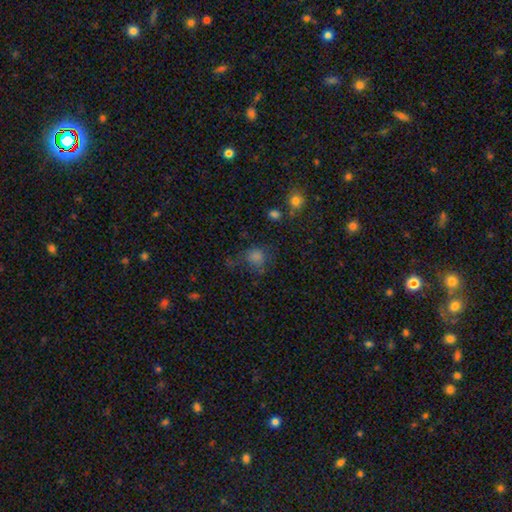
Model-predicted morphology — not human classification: Overall: smooth (72%). How rounded: round (84%). Merging: none (64%).